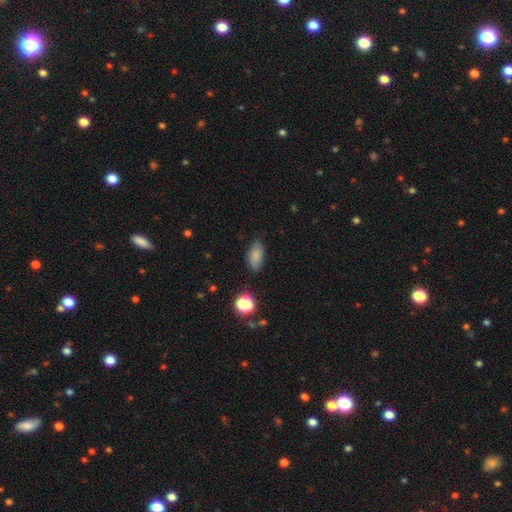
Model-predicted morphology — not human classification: Smooth or featured?
  - smooth: 84% *
  - star or artifact: 10%
  - featured or disk: 7%
How rounded?
  - in between: 87% *
  - cigar-shaped: 7%
  - round: 5%
Merging?
  - none: 79% *
  - minor disturbance: 16%
  - major disturbance: 4%
  - merger: 2%